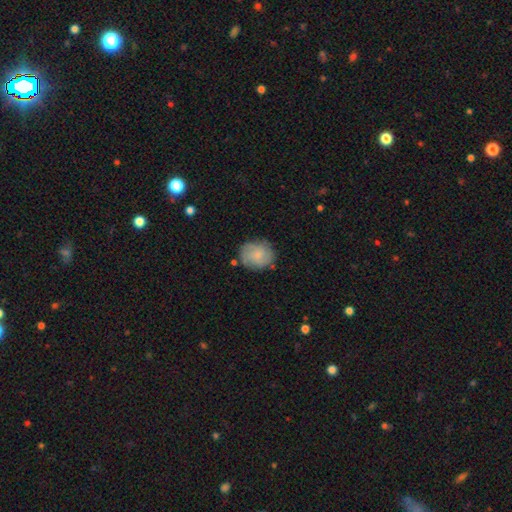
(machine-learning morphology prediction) smooth-or-featured: smooth: 58% | featured or disk: 34% | star or artifact: 8%
  how-rounded: round: 69% | in between: 30% | cigar-shaped: 1%
  merging: none: 74% | minor disturbance: 18% | major disturbance: 5% | merger: 2%